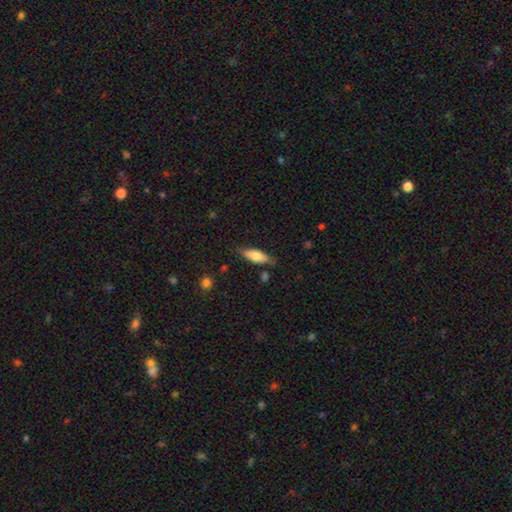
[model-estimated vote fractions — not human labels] smooth 71%, featured or disk 22%, star or artifact 6%. Down the decision tree: how rounded — in between (64%); merging — none (76%).